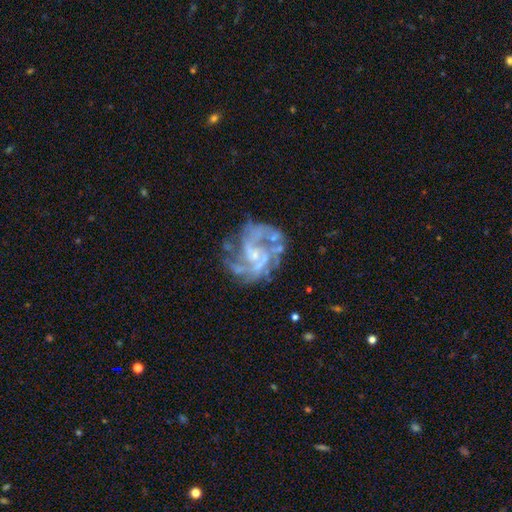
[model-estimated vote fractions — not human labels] The model was most divided on "spiral arm count": 2: 34%, 3: 28%, can't tell: 16%, 4: 10%, 1: 6%, more than 4: 6%. More confident: edge-on disk — no (98%); spiral arms — yes (95%); smooth or featured — featured or disk (88%); merging — none (60%); bulge size — small (59%); bar — no (54%); spiral winding — medium (52%).